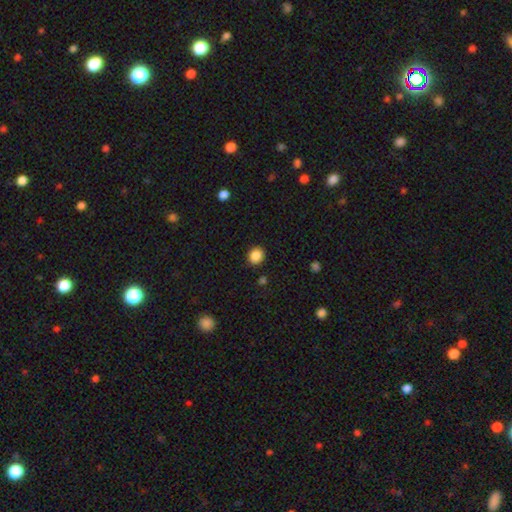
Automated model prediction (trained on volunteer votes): Smooth or featured: smooth — 86% (star or artifact — 10%)
How rounded: round — 79% (in between — 20%)
Merging: none — 89% (minor disturbance — 8%)